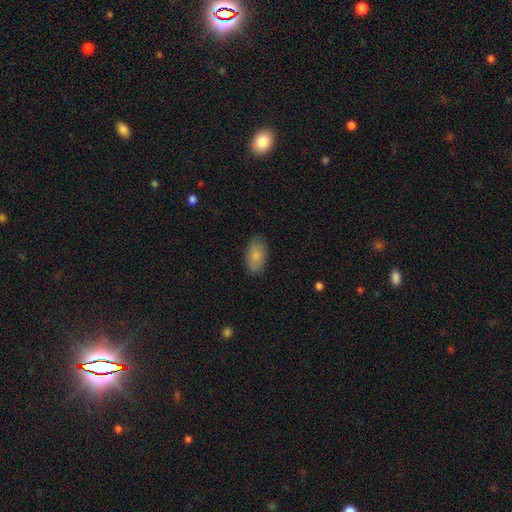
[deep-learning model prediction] Overall: smooth (84%). How rounded: in between (93%). Merging: none (84%).